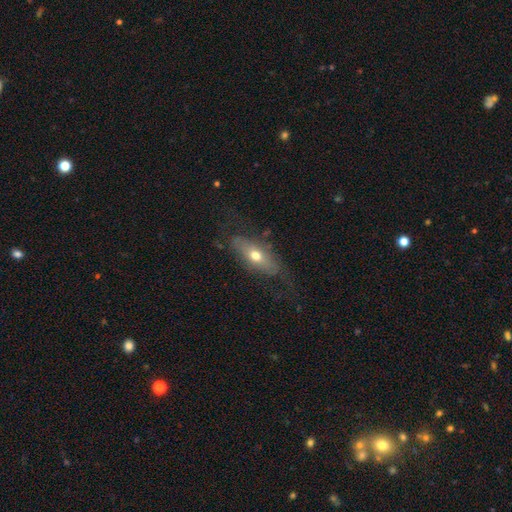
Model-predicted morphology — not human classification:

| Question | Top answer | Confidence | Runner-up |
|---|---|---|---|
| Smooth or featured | smooth | 52% | featured or disk (40%) |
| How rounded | in between | 66% | cigar-shaped (28%) |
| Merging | none | 65% | minor disturbance (22%) |